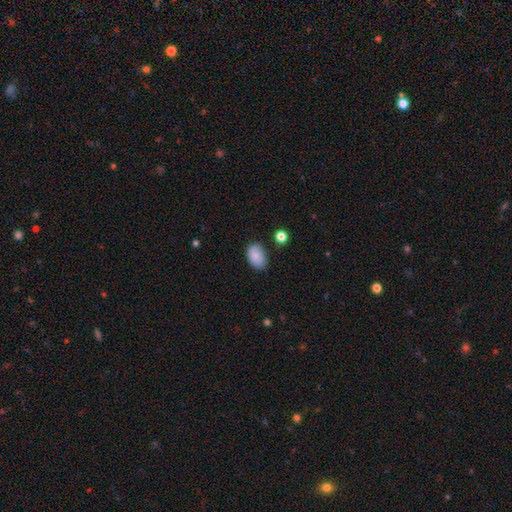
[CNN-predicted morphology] smooth_or_featured: smooth (p=0.86) [alt: star or artifact p=0.07]
how_rounded: in between (p=0.87) [alt: round p=0.12]
merging: none (p=0.75) [alt: minor disturbance p=0.19]